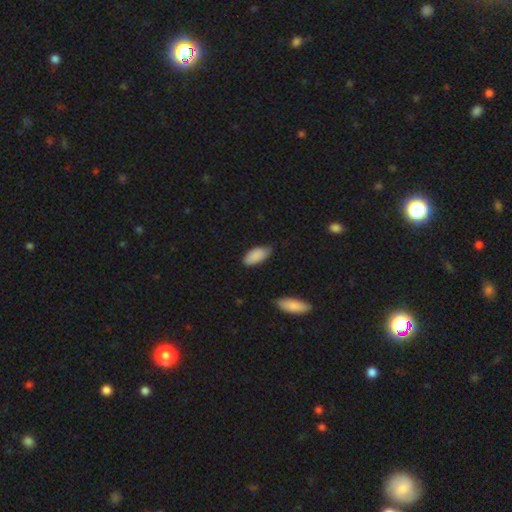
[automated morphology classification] Overall: smooth (89%). How rounded: in between (89%). Merging: none (69%).